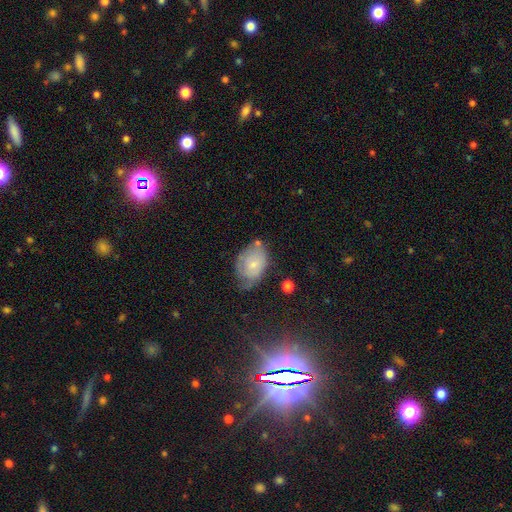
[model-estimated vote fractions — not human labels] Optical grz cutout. It shows a smooth galaxy with no disk features (60%) that is in between round and cigar-shaped (80%). Merging: none (41%).